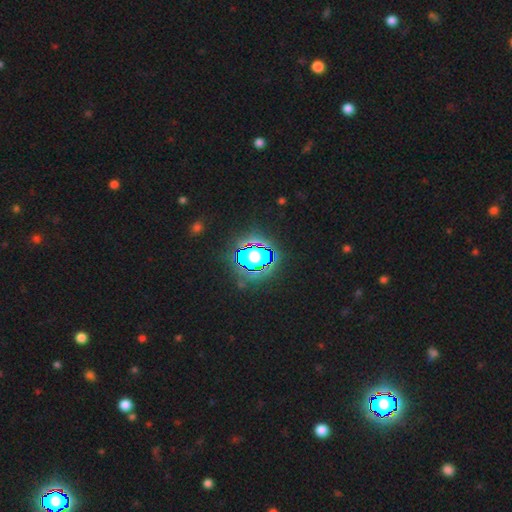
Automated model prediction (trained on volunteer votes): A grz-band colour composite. It shows a star or artifact, not a galaxy (82%).